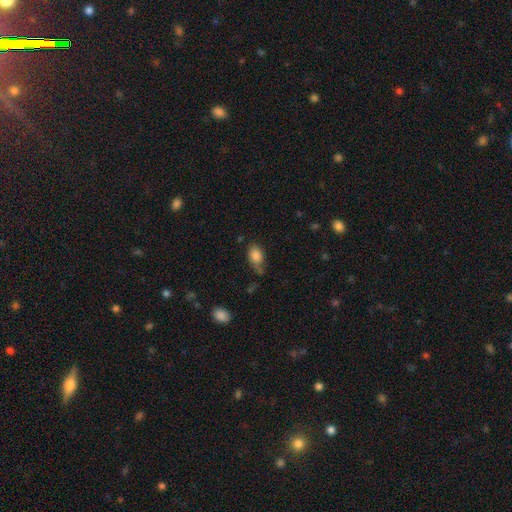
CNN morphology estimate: type=smooth (84%); roundness=in between (84%); merging=none (47%).